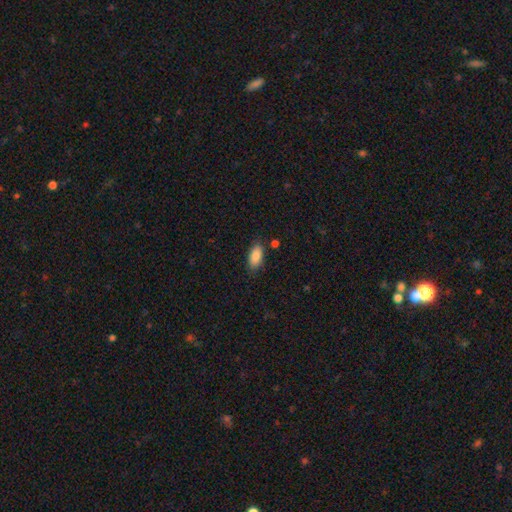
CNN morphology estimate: Smooth or featured? smooth (86%)
How rounded? in between (91%)
Merging? none (81%)